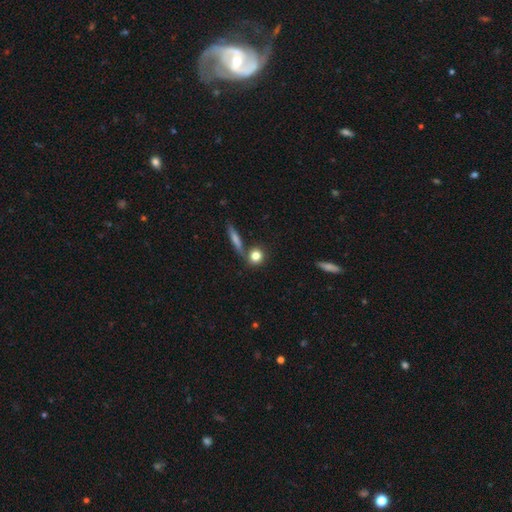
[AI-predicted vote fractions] Smooth or featured: smooth — 80% (featured or disk — 10%)
How rounded: round — 81% (in between — 13%)
Merging: none — 71% (merger — 16%)